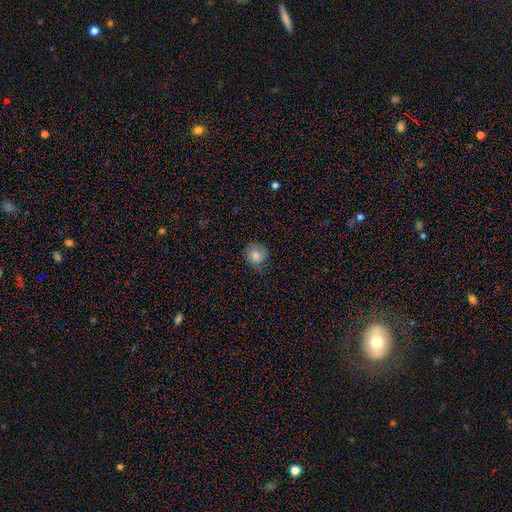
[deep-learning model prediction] A smooth galaxy with no disk features (71%) that is round (81%).

Vote fractions:
- Smooth or featured? smooth: 71% / featured or disk: 20% / star or artifact: 9%
- How rounded? round: 81% / in between: 18% / cigar-shaped: 1%
- Merging? none: 70% / minor disturbance: 22% / major disturbance: 6% / merger: 1%